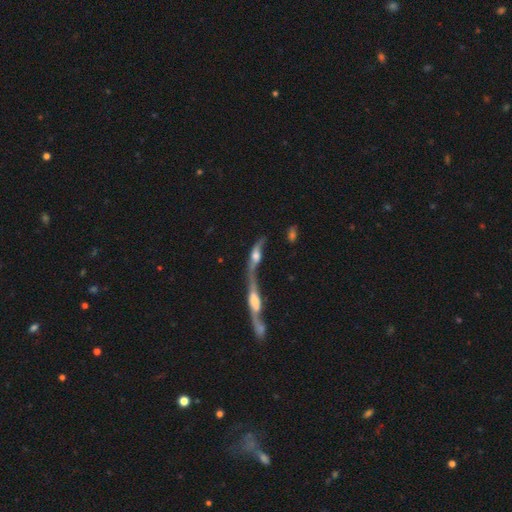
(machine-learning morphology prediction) A featured or disk galaxy (59%) viewed edge-on (55%). Merging: merger (75%).